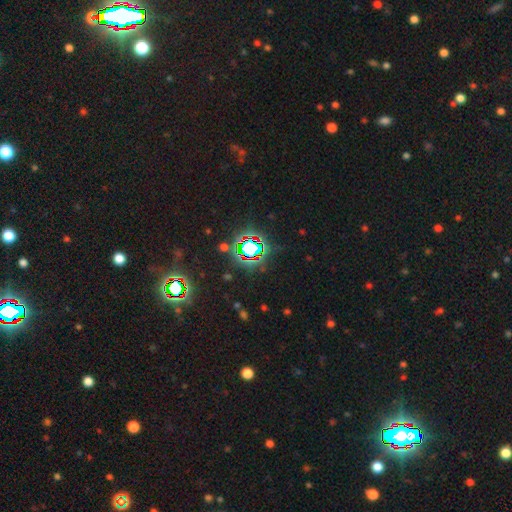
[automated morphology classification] smooth_or_featured: star or artifact (p=0.75) [alt: smooth p=0.15]